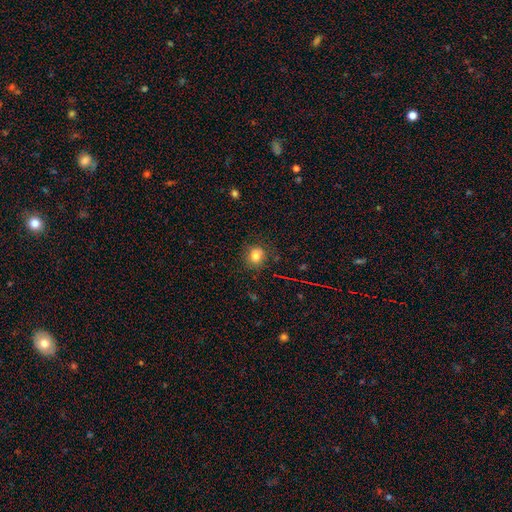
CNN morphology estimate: This appears to be a smooth galaxy with no disk features (78%) that is round (79%). Merging: none (80%).